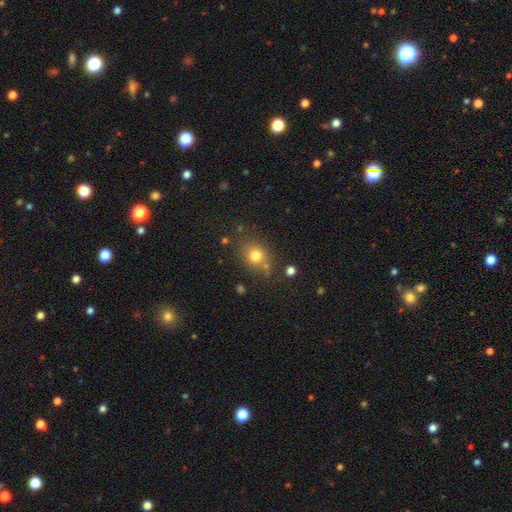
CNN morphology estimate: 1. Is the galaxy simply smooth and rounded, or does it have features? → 77% smooth, 14% star or artifact, 9% featured or disk.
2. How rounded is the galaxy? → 73% round, 26% in between, 1% cigar-shaped.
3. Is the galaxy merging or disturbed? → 73% none, 14% minor disturbance, 9% merger, 5% major disturbance.